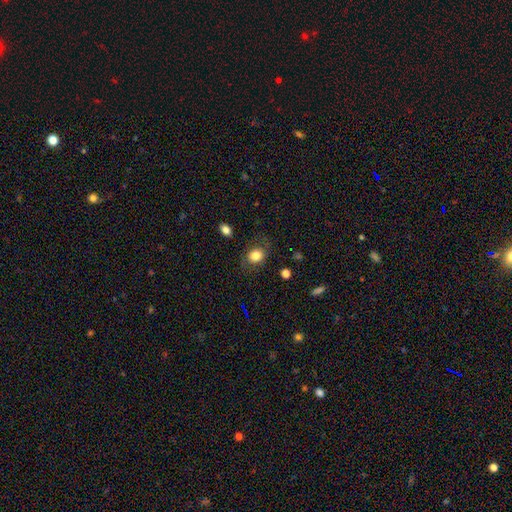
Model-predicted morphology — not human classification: The model was most divided on "how rounded": round: 54%, in between: 45%, cigar-shaped: 1%. More confident: smooth or featured — smooth (79%); merging — none (76%).